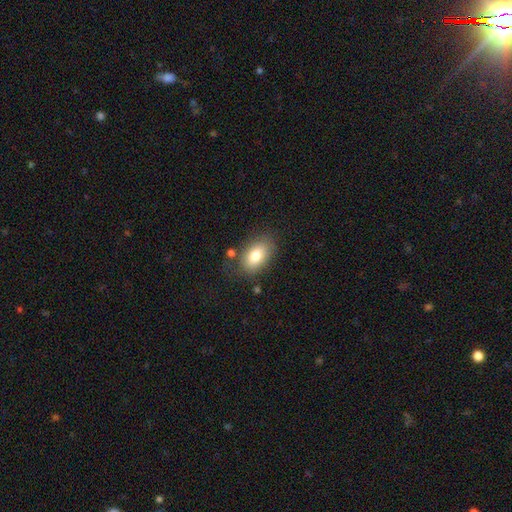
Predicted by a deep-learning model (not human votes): Smooth or featured: smooth — 80% (featured or disk — 12%)
How rounded: in between — 90% (round — 8%)
Merging: none — 75% (minor disturbance — 16%)